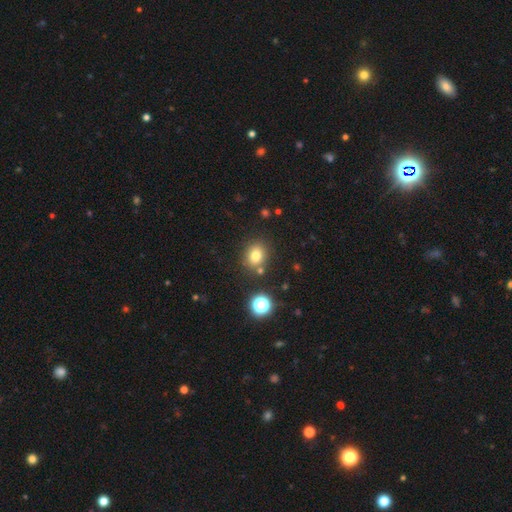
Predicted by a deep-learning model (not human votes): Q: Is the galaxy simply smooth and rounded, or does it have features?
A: smooth — 77%.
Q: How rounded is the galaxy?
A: round — 70%.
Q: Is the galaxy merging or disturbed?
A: none — 78%.